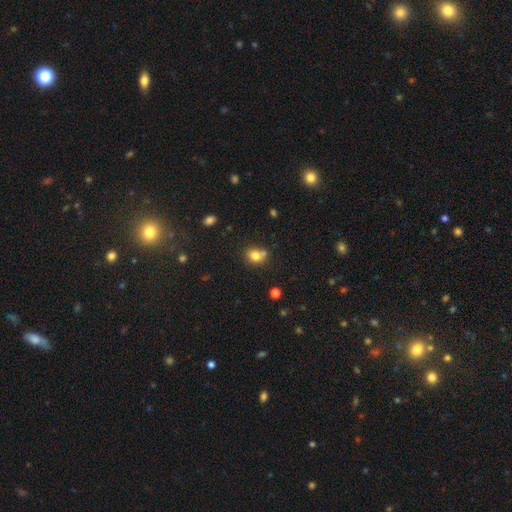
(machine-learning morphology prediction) Overall: smooth (78%). How rounded: round (69%; in between 30%). Merging: none (56%; merger 24%).